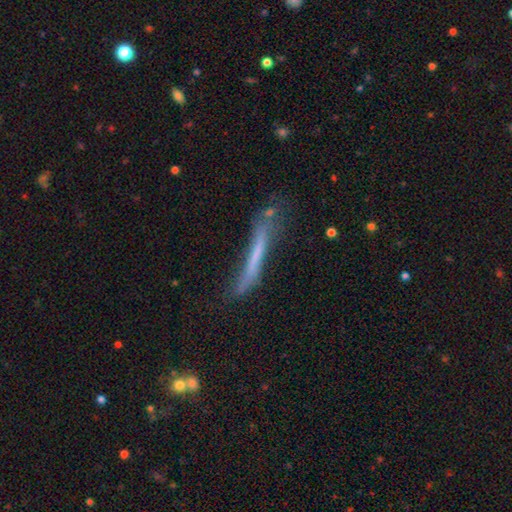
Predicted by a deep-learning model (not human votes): Smooth or featured?
  - smooth: 49% *
  - featured or disk: 41%
  - star or artifact: 9%
Merging?
  - none: 50% *
  - minor disturbance: 27%
  - major disturbance: 17%
  - merger: 6%